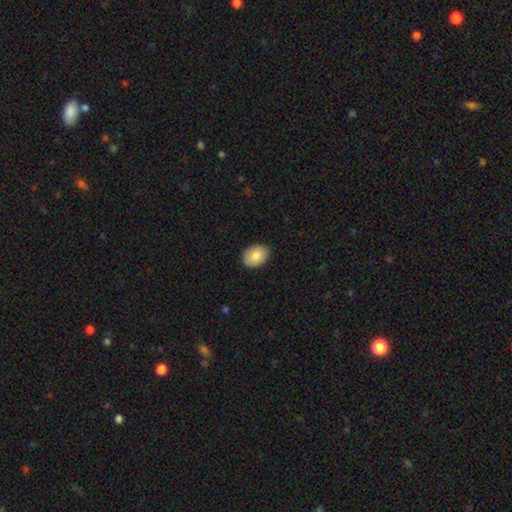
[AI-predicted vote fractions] smooth_or_featured: smooth (p=0.82) [alt: featured or disk p=0.11]
how_rounded: in between (p=0.74) [alt: round p=0.25]
merging: none (p=0.89) [alt: minor disturbance p=0.08]